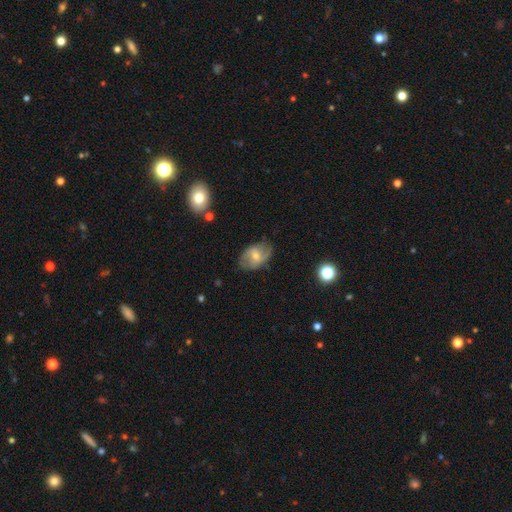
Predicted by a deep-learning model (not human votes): smooth_or_featured: featured or disk (p=0.63) [alt: smooth p=0.29]
disk_edge_on: no (p=0.95) [alt: yes p=0.05]
bar: weak (p=0.47) [alt: no p=0.38]
has_spiral_arms: yes (p=0.80) [alt: no p=0.20]
bulge_size: small (p=0.51) [alt: moderate p=0.44]
merging: none (p=0.73) [alt: minor disturbance p=0.20]